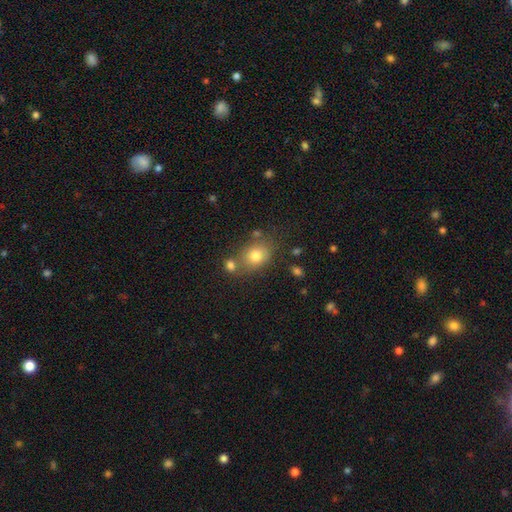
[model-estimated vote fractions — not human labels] Overall: smooth (77%). How rounded: round (51%; in between 48%). Merging: none (63%).